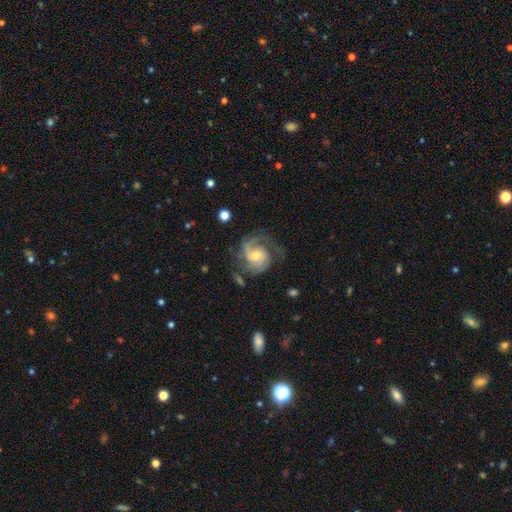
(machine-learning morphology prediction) Smooth or featured? Predicted: featured or disk (p=0.86). Edge-on disk? Predicted: no (p=0.98). Bar? Predicted: no (p=0.57). Spiral arms? Predicted: yes (p=0.96). Spiral winding? Predicted: medium (p=0.47). Spiral arm count? Predicted: 2 (p=0.63). Bulge size? Predicted: moderate (p=0.47). Merging? Predicted: none (p=0.63).